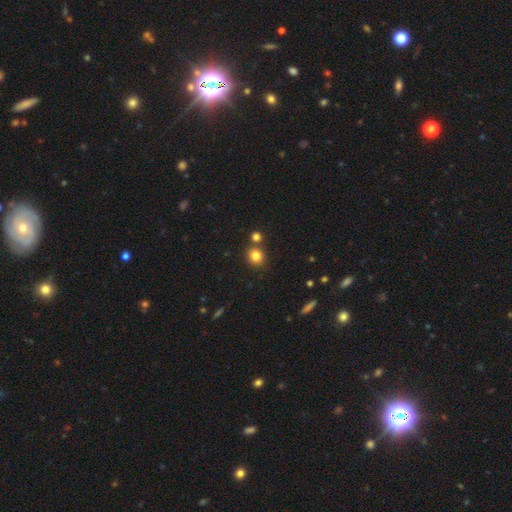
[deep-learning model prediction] The model was most divided on "merging": none: 73%, merger: 17%, minor disturbance: 8%, major disturbance: 2%. More confident: how rounded — round (83%); smooth or featured — smooth (82%).